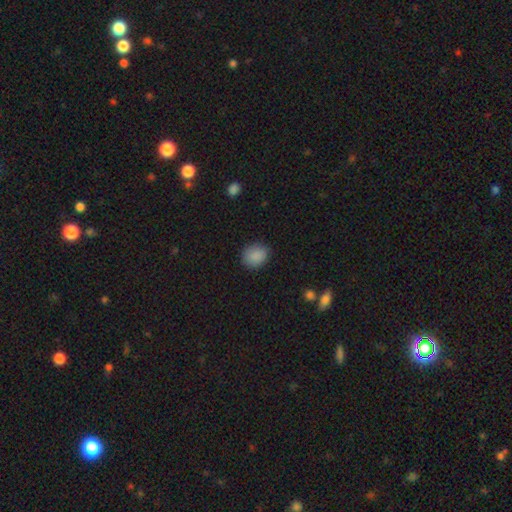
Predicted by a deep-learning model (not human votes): Smooth or featured? Predicted: smooth (p=0.87). How rounded? Predicted: round (p=0.60). Merging? Predicted: none (p=0.84).